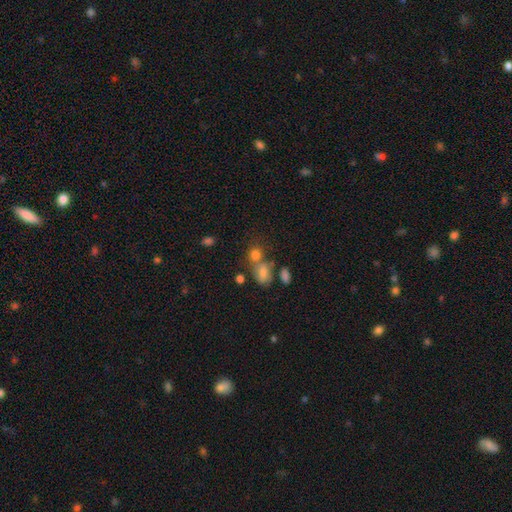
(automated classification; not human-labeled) Smooth or featured? smooth (62%)
How rounded? round (62%)
Merging? none (48%)